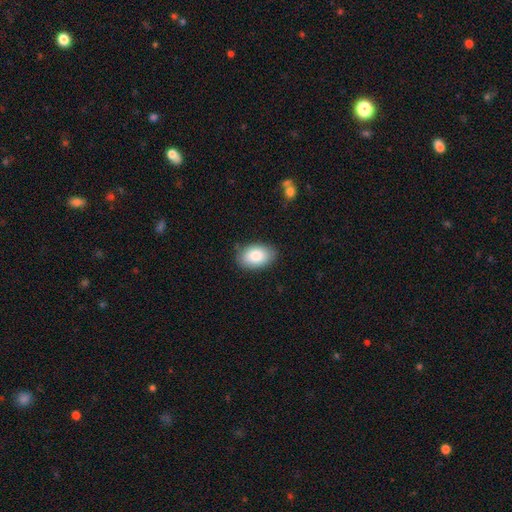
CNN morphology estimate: This appears to be a smooth galaxy with no disk features (84%) that is in between round and cigar-shaped (90%). Merging: none (82%).